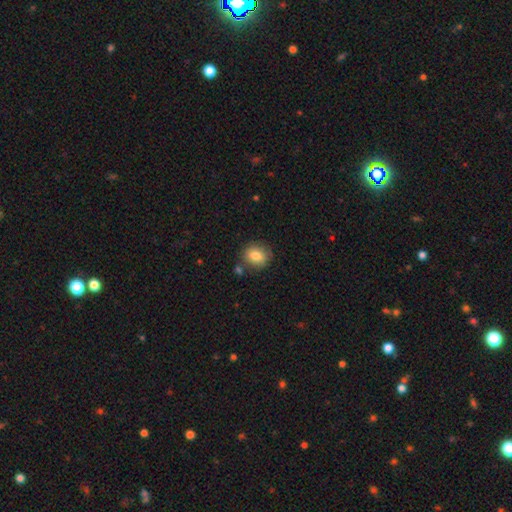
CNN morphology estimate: Smooth or featured: smooth — 83% (star or artifact — 9%)
How rounded: round — 67% (in between — 32%)
Merging: none — 79% (minor disturbance — 12%)